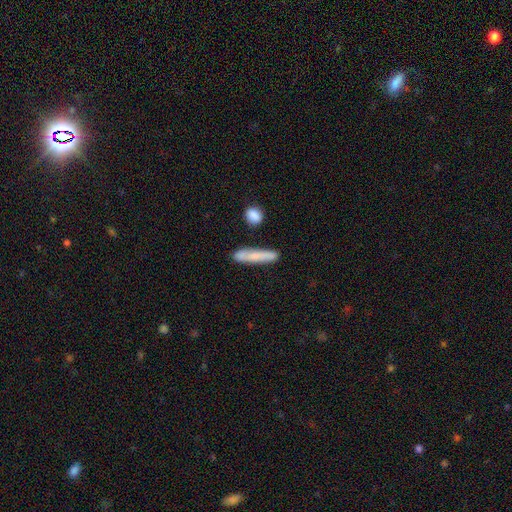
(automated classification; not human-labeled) A smooth galaxy with no disk features (71%) that is cigar-shaped (92%). Merging: none (78%).